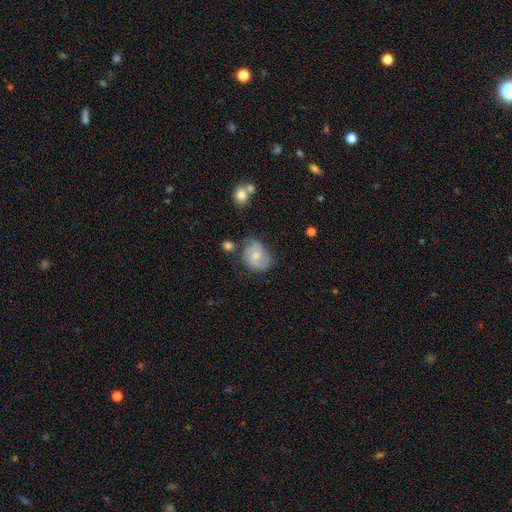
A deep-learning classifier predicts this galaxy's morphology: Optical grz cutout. It shows a featured or disk galaxy (49%). Merging: none (59%).